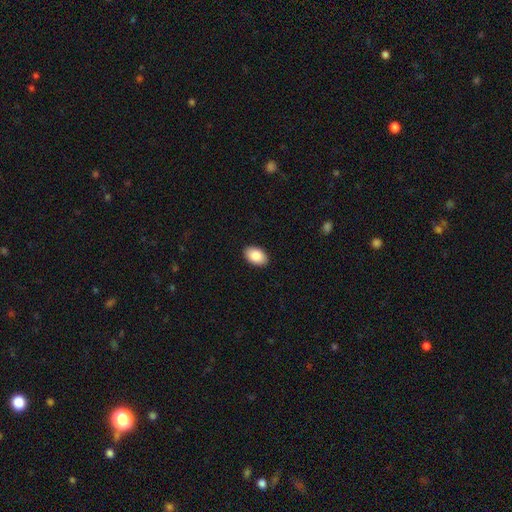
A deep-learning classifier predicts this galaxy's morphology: type=smooth (88%); roundness=in between (92%); merging=none (90%).